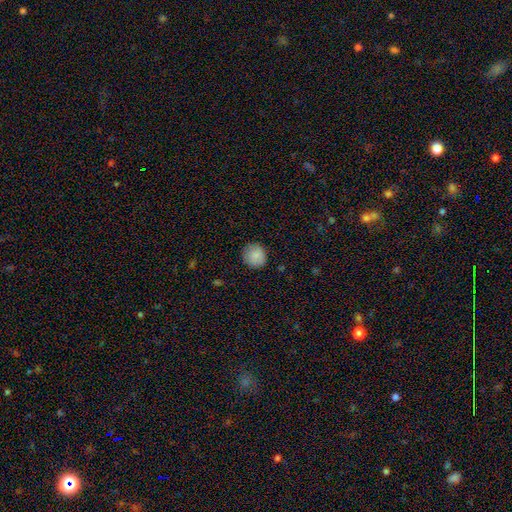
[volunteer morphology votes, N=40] Smooth or featured: smooth — 92% (star or artifact — 5%)
How rounded: round — 92% (in between — 8%)
Merging: none — 92% (minor disturbance — 5%)